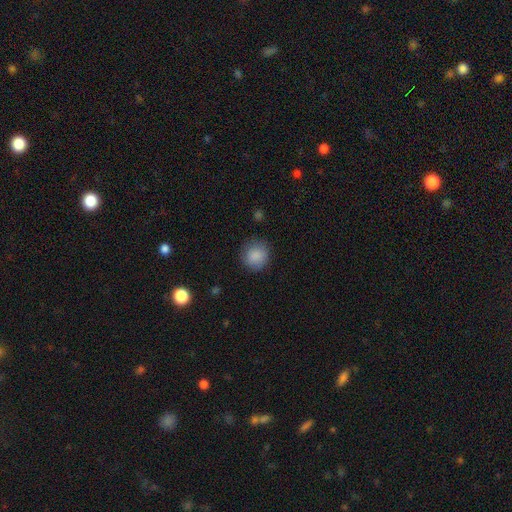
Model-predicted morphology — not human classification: Smooth or featured: smooth — 88% (star or artifact — 8%)
How rounded: round — 90% (in between — 9%)
Merging: none — 84% (minor disturbance — 12%)